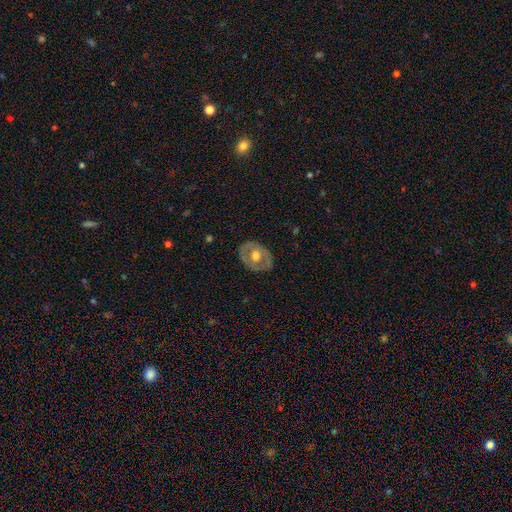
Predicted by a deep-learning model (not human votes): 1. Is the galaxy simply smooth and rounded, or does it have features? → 59% featured or disk, 36% smooth, 5% star or artifact.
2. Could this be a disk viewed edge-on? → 93% no, 7% yes.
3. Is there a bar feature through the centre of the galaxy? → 79% no, 16% weak, 5% strong.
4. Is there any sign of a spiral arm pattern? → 81% no, 19% yes.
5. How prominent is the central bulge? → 69% moderate, 24% large, 5% small, 1% dominant, 1% none.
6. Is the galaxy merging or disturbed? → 79% none, 15% minor disturbance, 5% major disturbance, 1% merger.